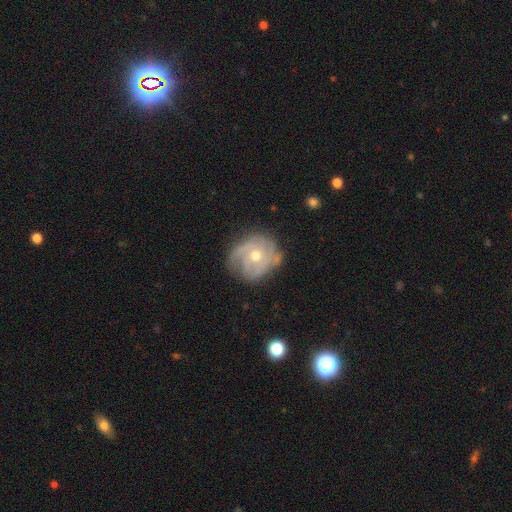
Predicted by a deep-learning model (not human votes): A featured or disk galaxy (79%) with no bar (78%), tight (56%) spiral arms (87%) and a moderate central bulge (66%).

Vote fractions:
- Smooth or featured? featured or disk: 79% / smooth: 15% / star or artifact: 7%
- Edge-on disk? no: 97% / yes: 3%
- Bar? no: 78% / weak: 19% / strong: 4%
- Spiral arms? yes: 87% / no: 13%
- Spiral winding? tight: 56% / medium: 32% / loose: 12%
- Spiral arm count? can't tell: 34% / 3: 28% / 2: 18% / 4: 8% / 1: 7% / more than 4: 5%
- Bulge size? moderate: 66% / small: 30% / large: 2% / none: 1% / dominant: 1%
- Merging? none: 64% / minor disturbance: 24% / major disturbance: 10% / merger: 2%